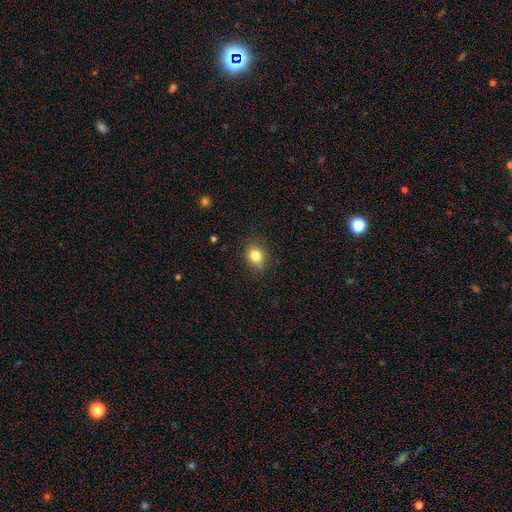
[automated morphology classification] Smooth or featured? smooth (82%)
How rounded? round (55%)
Merging? none (81%)